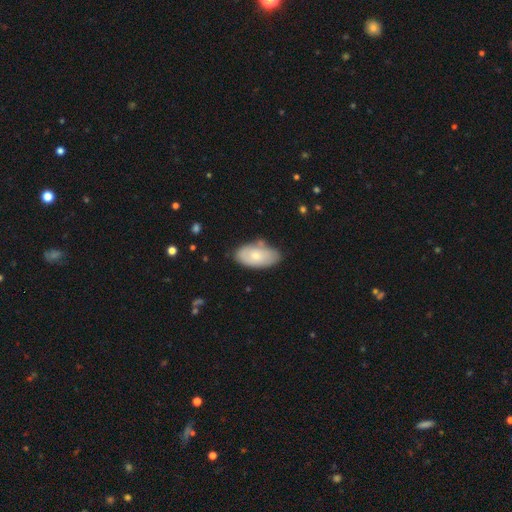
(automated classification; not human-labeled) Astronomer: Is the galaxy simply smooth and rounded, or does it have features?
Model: smooth — 67%.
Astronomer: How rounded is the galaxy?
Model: in between — 94%.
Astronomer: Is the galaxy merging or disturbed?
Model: none — 69%.